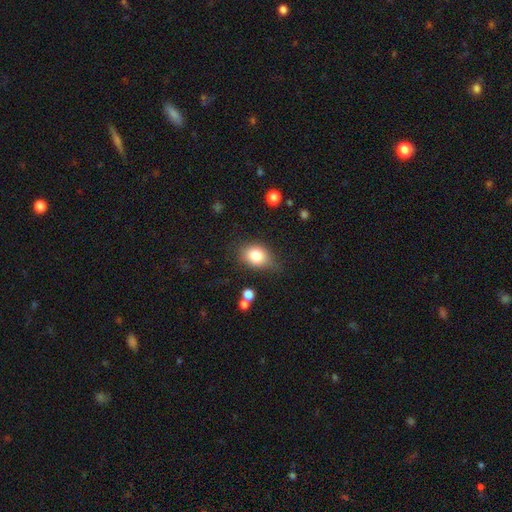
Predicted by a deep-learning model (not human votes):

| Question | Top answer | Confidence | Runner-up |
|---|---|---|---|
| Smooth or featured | smooth | 81% | featured or disk (10%) |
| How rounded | in between | 64% | round (35%) |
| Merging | none | 67% | minor disturbance (24%) |